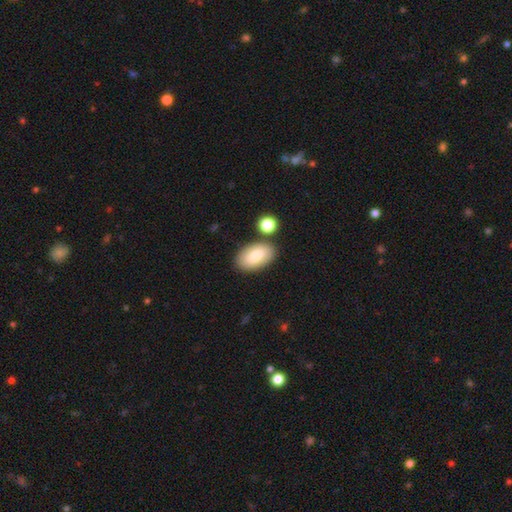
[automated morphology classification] Overall: smooth (82%). How rounded: in between (94%). Merging: none (79%).